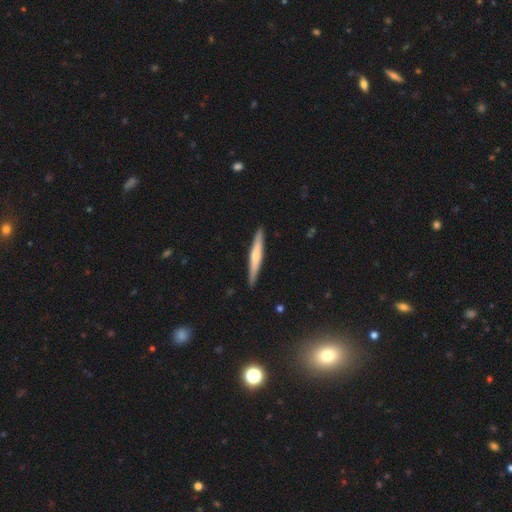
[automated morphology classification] The model was most divided on "smooth or featured": smooth: 49%, featured or disk: 46%, star or artifact: 5%. More confident: merging — none (90%).